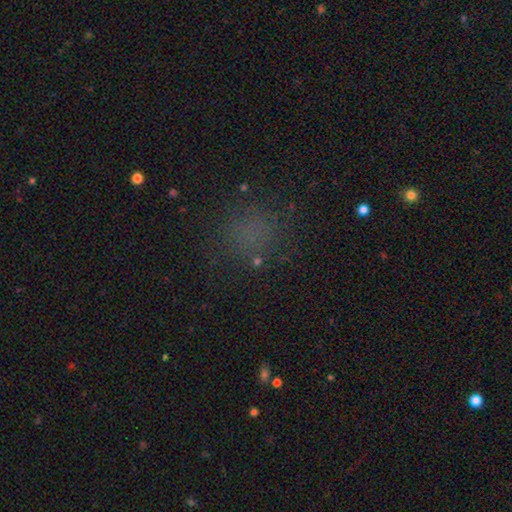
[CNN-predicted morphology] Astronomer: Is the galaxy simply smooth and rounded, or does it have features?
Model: smooth — 52% (runner-up: star or artifact, 35%).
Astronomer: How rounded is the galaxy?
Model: round — 74%.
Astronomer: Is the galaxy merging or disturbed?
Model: none — 69%.